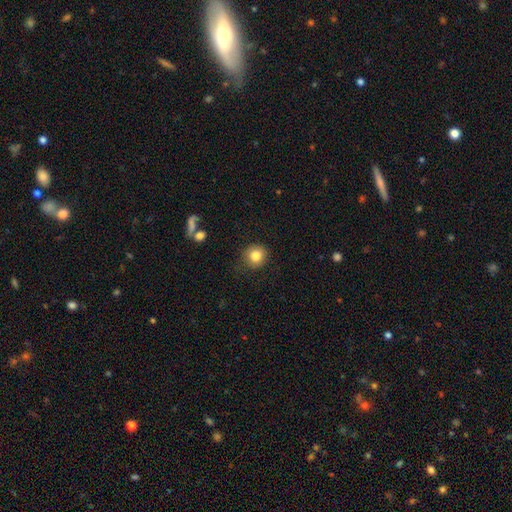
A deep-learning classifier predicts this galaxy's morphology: Smooth or featured: smooth — 82% (star or artifact — 10%)
How rounded: round — 88% (in between — 11%)
Merging: none — 84% (minor disturbance — 12%)